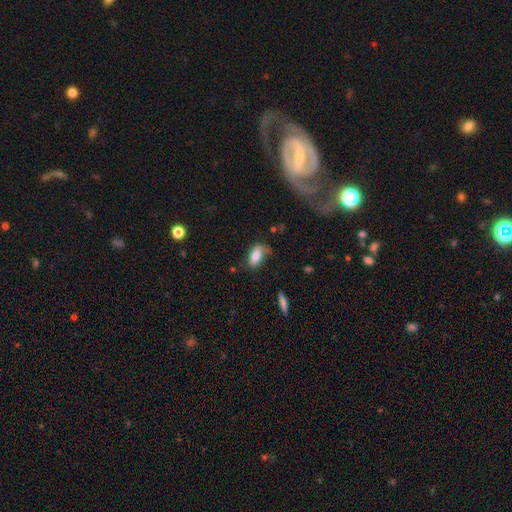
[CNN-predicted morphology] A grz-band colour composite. It shows a smooth galaxy with no disk features (79%) that is in between round and cigar-shaped (87%). Merging: none (61%).